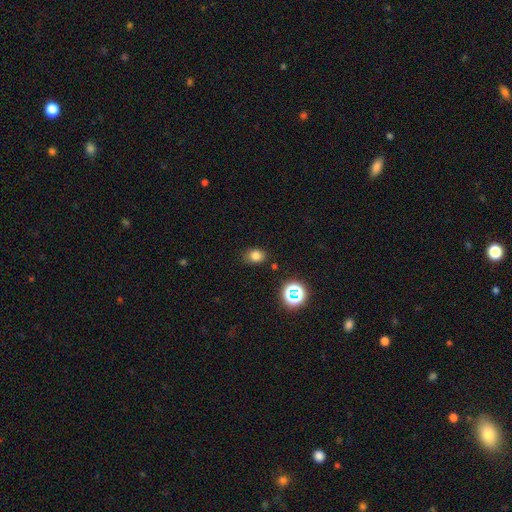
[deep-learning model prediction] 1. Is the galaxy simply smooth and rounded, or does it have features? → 78% smooth, 16% star or artifact, 6% featured or disk.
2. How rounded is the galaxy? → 58% in between, 41% round, 1% cigar-shaped.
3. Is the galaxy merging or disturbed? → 80% none, 14% minor disturbance, 4% major disturbance, 2% merger.